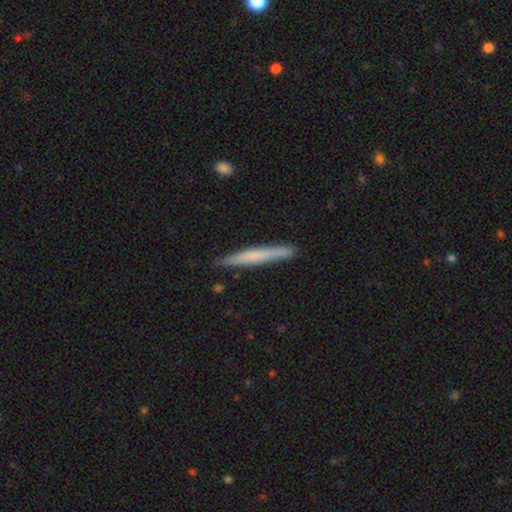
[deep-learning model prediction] smooth_or_featured: smooth (p=0.56) [alt: featured or disk p=0.39]
how_rounded: cigar-shaped (p=0.96) [alt: in between p=0.02]
merging: none (p=0.88) [alt: minor disturbance p=0.09]